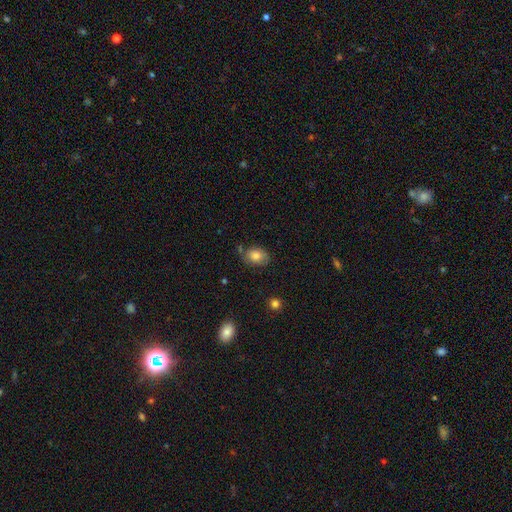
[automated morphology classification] Smooth or featured?
  - smooth: 76% *
  - featured or disk: 15%
  - star or artifact: 9%
How rounded?
  - in between: 73% *
  - round: 26%
  - cigar-shaped: 1%
Merging?
  - none: 65% *
  - minor disturbance: 23%
  - major disturbance: 6%
  - merger: 6%